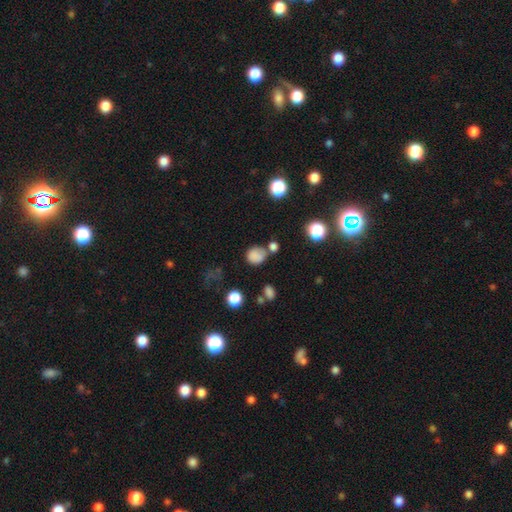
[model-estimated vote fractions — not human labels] The model was most divided on "merging": none: 56%, minor disturbance: 18%, merger: 18%, major disturbance: 8%. More confident: smooth or featured — smooth (79%); how rounded — round (73%).